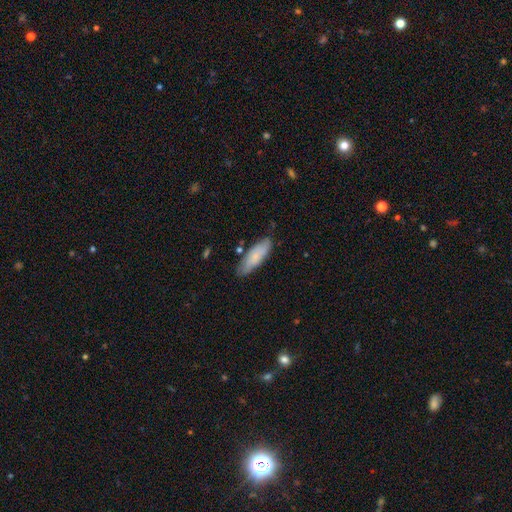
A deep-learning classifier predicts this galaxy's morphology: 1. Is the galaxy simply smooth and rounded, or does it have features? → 71% smooth, 23% featured or disk, 6% star or artifact.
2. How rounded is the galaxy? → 55% in between, 44% cigar-shaped, 2% round.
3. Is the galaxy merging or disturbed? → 75% none, 19% minor disturbance, 3% major disturbance, 3% merger.